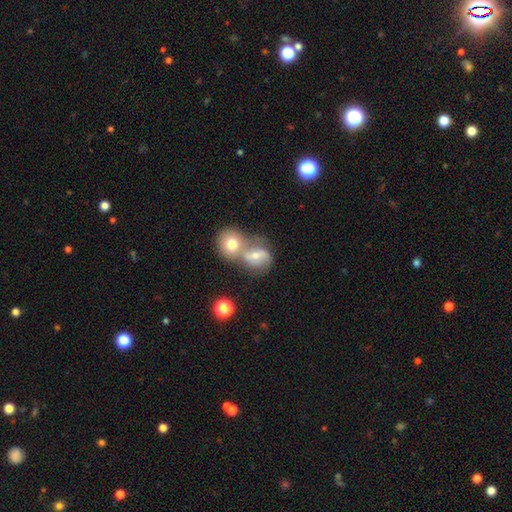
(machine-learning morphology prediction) Q: Smooth or featured?
A: smooth (45%); tied with: featured or disk (45%)
Q: Merging?
A: merger (65%); runner-up: none (23%)